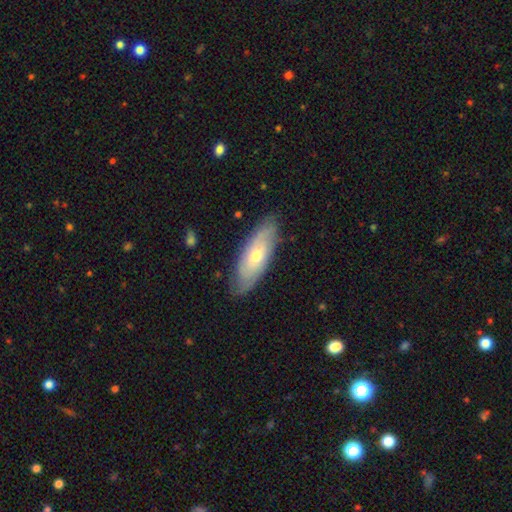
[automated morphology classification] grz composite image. It shows a featured or disk galaxy (48%). Merging: none (82%).